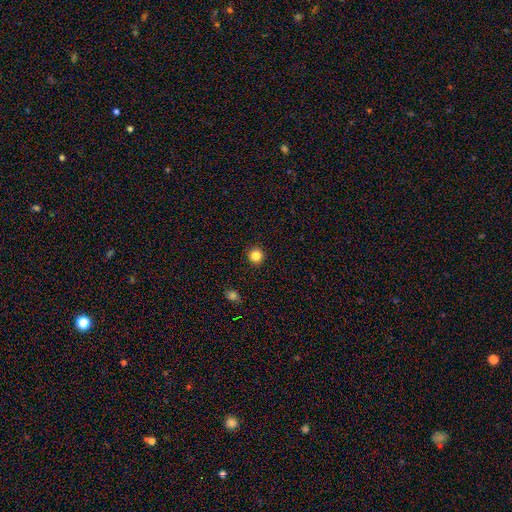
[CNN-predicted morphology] Overall: smooth (84%). How rounded: round (95%). Merging: none (93%).